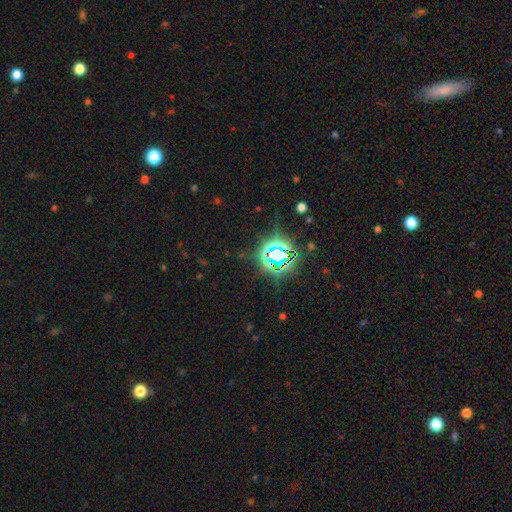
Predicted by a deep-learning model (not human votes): This is clearly a star or artifact rather than a galaxy (81%).